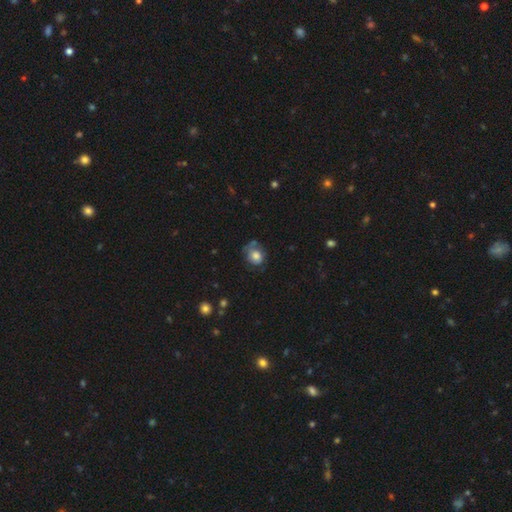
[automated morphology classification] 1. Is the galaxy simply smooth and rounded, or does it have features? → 65% smooth, 26% featured or disk, 9% star or artifact.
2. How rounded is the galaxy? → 68% round, 31% in between, 1% cigar-shaped.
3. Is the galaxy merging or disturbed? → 55% none, 27% minor disturbance, 14% major disturbance, 4% merger.